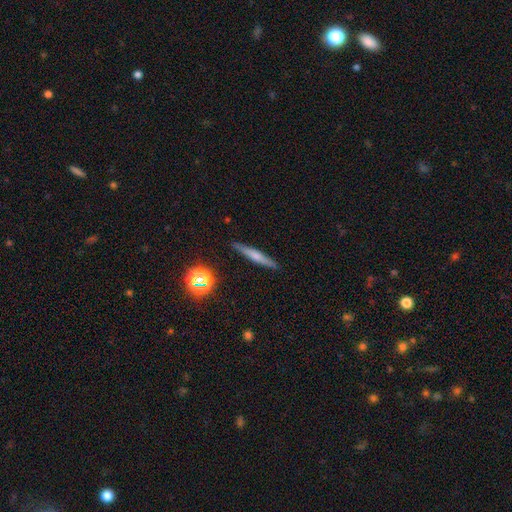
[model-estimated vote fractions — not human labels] A smooth galaxy with no disk features (49%).

Vote fractions:
- Smooth or featured? smooth: 49% / featured or disk: 42% / star or artifact: 9%
- Merging? none: 89% / minor disturbance: 8% / major disturbance: 2% / merger: 1%